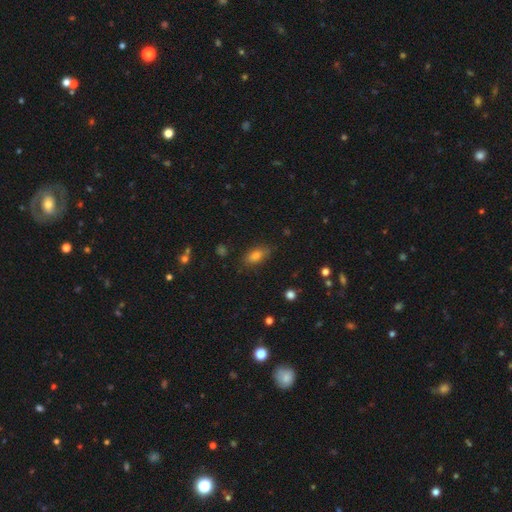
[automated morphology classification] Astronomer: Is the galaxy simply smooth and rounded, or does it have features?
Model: smooth — 78%.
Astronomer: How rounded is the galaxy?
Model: in between — 83%.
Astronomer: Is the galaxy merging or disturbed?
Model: none — 80%.